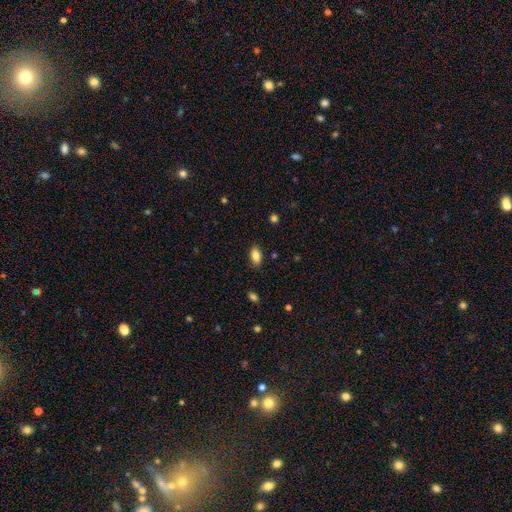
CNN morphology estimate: This is clearly a smooth galaxy (85%). How rounded: clearly in between (91%). Merging: clearly none (86%).